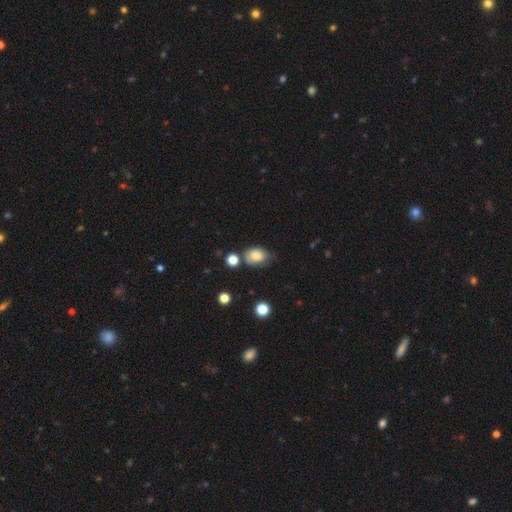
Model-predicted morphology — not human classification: Smooth or featured? smooth (79%)
How rounded? in between (64%)
Merging? none (51%)